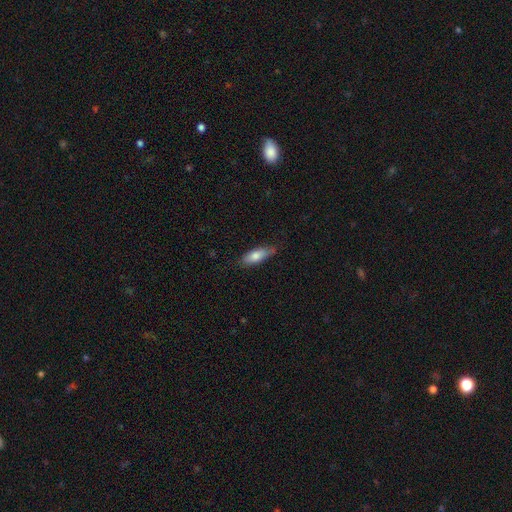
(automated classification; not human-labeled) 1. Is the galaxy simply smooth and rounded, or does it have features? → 75% smooth, 18% featured or disk, 6% star or artifact.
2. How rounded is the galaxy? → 61% in between, 37% cigar-shaped, 2% round.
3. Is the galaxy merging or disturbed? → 73% none, 22% minor disturbance, 4% major disturbance, 1% merger.